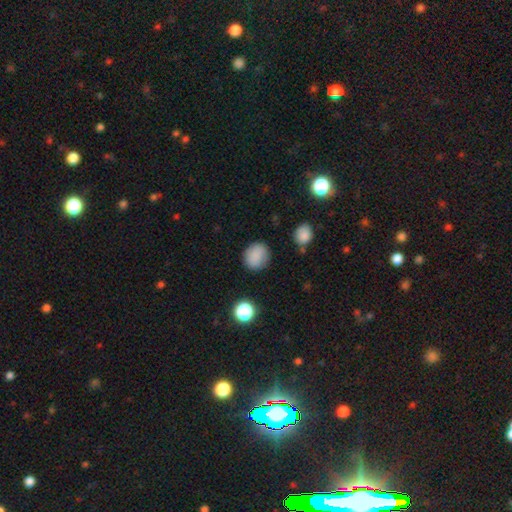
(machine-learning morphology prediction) Smooth or featured? smooth (86%)
How rounded? round (72%)
Merging? none (83%)